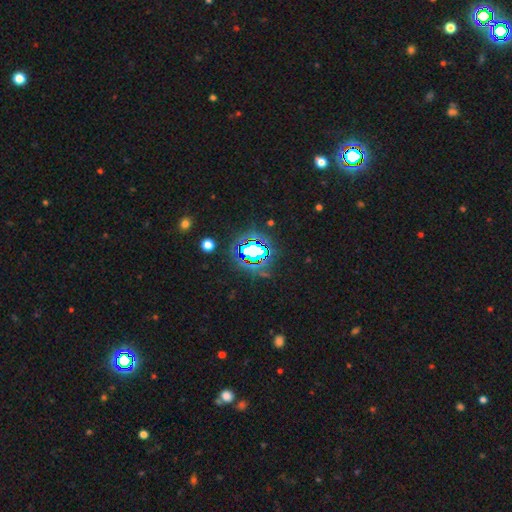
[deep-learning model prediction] smooth-or-featured: star or artifact: 70% | smooth: 15% | featured or disk: 14%